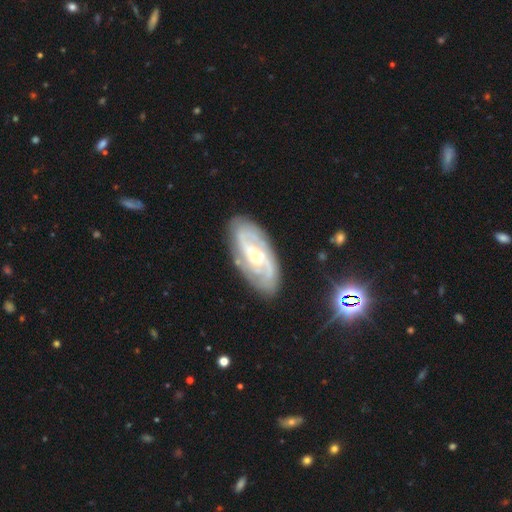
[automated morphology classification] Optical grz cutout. It shows a featured or disk galaxy (80%) with no bar (47%), 2 (44%) tight (46%) spiral arms (94%) and a small central bulge (46%). Merging: none (78%).